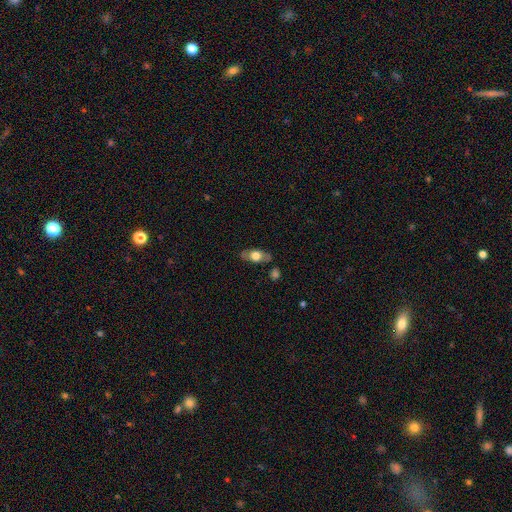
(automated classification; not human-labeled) Q: Smooth or featured?
A: smooth (54%); runner-up: featured or disk (40%)
Q: How rounded?
A: in between (81%); runner-up: cigar-shaped (12%)
Q: Merging?
A: none (77%); runner-up: minor disturbance (15%)